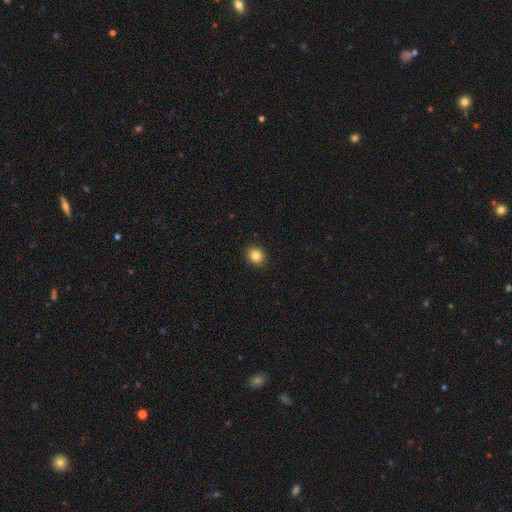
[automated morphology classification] smooth-or-featured: smooth: 83% | star or artifact: 11% | featured or disk: 6%
  how-rounded: round: 75% | in between: 25% | cigar-shaped: 1%
  merging: none: 92% | minor disturbance: 6% | major disturbance: 2% | merger: 1%